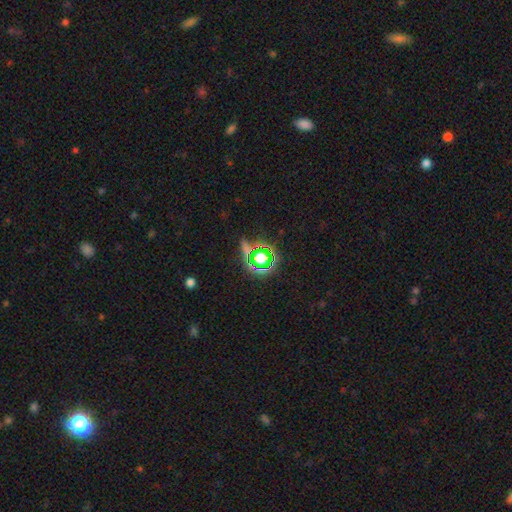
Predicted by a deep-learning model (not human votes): Smooth or featured: star or artifact — 69% (smooth — 23%)